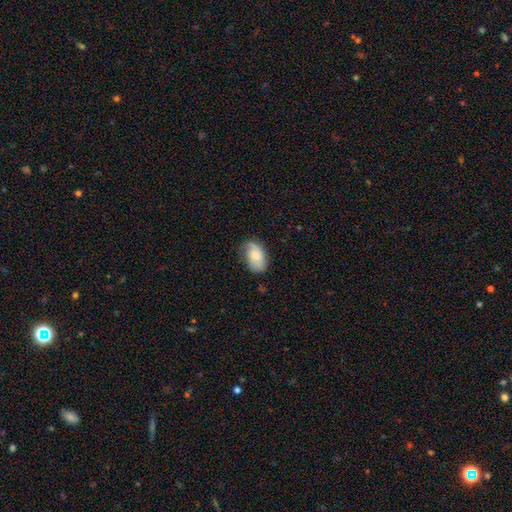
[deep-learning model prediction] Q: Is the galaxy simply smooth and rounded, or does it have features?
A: smooth — 60%.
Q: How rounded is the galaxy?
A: in between — 89%.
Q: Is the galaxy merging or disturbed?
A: none — 58%.